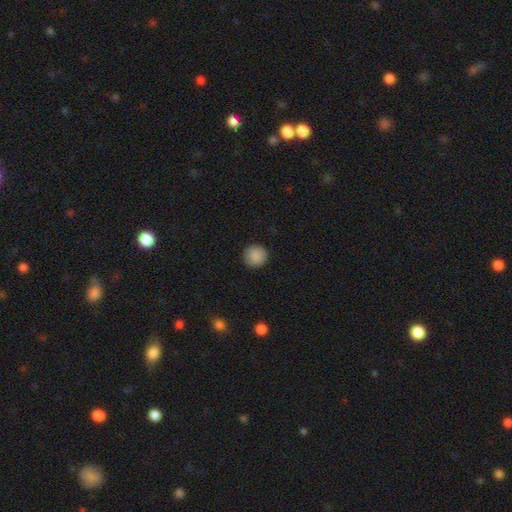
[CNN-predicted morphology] The model was most divided on "smooth or featured": smooth: 88%, star or artifact: 8%, featured or disk: 4%. More confident: how rounded — round (93%); merging — none (90%).